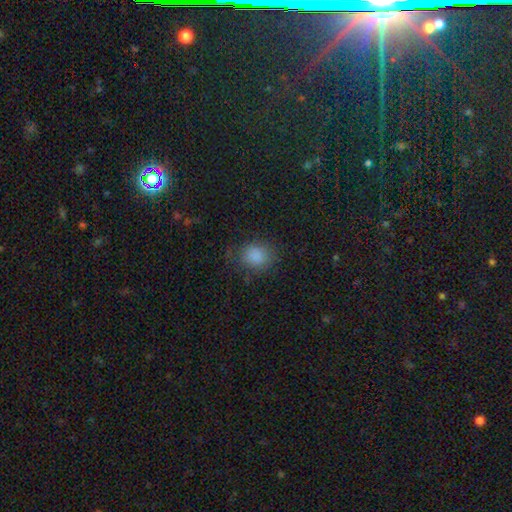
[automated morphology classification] Q: Smooth or featured?
A: smooth (85%); runner-up: star or artifact (11%)
Q: How rounded?
A: round (66%); runner-up: in between (33%)
Q: Merging?
A: none (77%); runner-up: minor disturbance (15%)